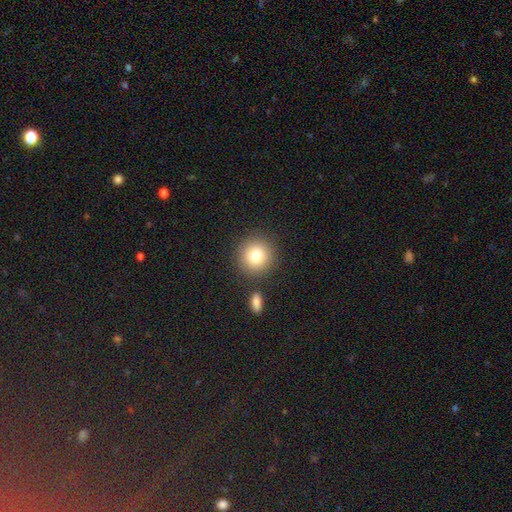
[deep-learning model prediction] A smooth galaxy with no disk features (80%) that is round (92%).

Vote fractions:
- Smooth or featured? smooth: 80% / star or artifact: 11% / featured or disk: 10%
- How rounded? round: 92% / in between: 7% / cigar-shaped: 1%
- Merging? none: 84% / minor disturbance: 7% / merger: 6% / major disturbance: 3%